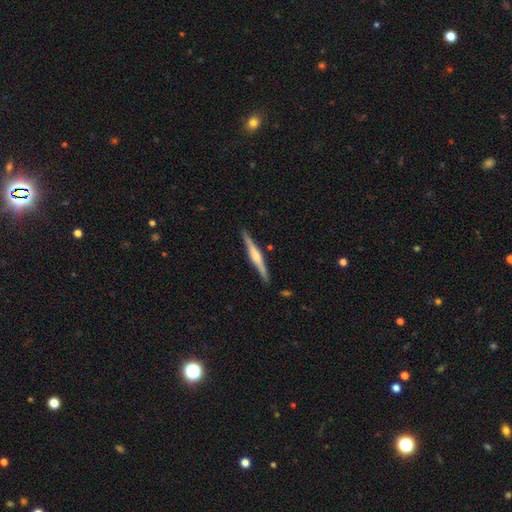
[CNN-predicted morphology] Smooth or featured? Predicted: featured or disk (p=0.67). Edge-on disk? Predicted: yes (p=0.98). Edge-on bulge? Predicted: rounded (p=0.59). Merging? Predicted: none (p=0.89).